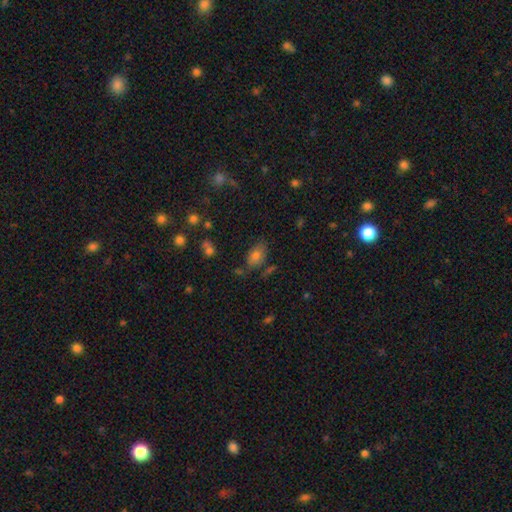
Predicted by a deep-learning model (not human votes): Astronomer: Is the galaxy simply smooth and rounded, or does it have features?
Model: smooth — 72%.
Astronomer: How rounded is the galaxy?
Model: in between — 87%.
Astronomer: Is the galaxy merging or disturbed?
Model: none — 67%.